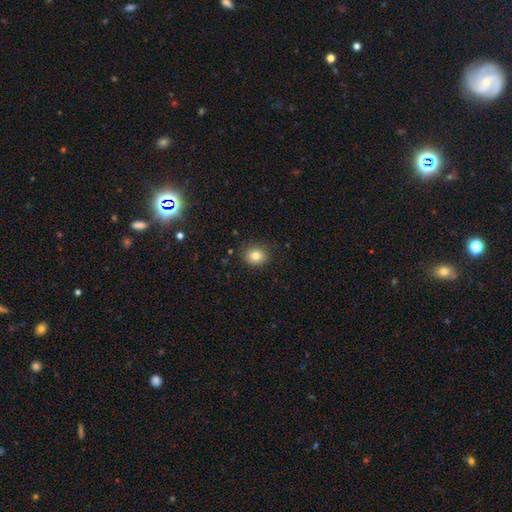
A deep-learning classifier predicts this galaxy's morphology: Q: Smooth or featured?
A: smooth (82%); runner-up: star or artifact (11%)
Q: How rounded?
A: round (77%); runner-up: in between (22%)
Q: Merging?
A: none (88%); runner-up: minor disturbance (9%)